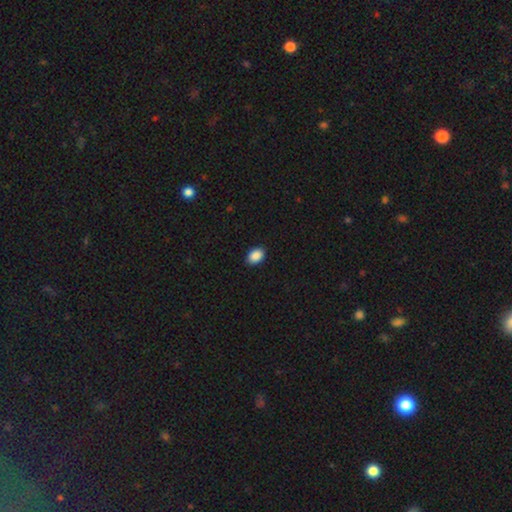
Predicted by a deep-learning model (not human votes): Smooth or featured?
  - smooth: 90% *
  - star or artifact: 8%
  - featured or disk: 3%
How rounded?
  - in between: 80% *
  - round: 19%
  - cigar-shaped: 1%
Merging?
  - none: 89% *
  - minor disturbance: 8%
  - major disturbance: 2%
  - merger: 1%